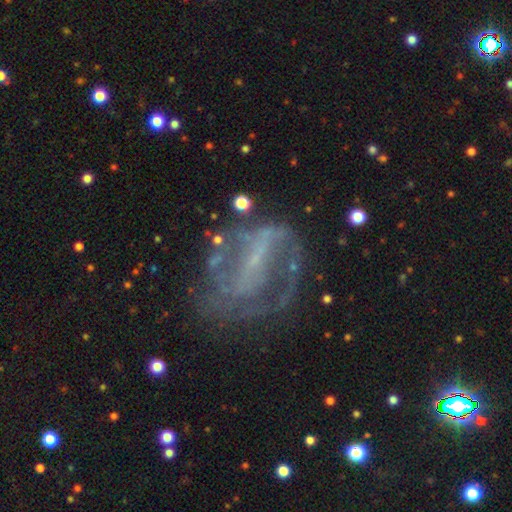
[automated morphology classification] smooth_or_featured: featured or disk (p=0.78) [alt: smooth p=0.12]
disk_edge_on: no (p=0.96) [alt: yes p=0.04]
bar: strong (p=0.41) [alt: weak p=0.36]
has_spiral_arms: yes (p=0.70) [alt: no p=0.30]
spiral_winding: medium (p=0.39) [alt: loose p=0.33]
spiral_arm_count: 2 (p=0.45) [alt: can't tell p=0.31]
bulge_size: small (p=0.54) [alt: none p=0.35]
merging: none (p=0.53) [alt: major disturbance p=0.24]